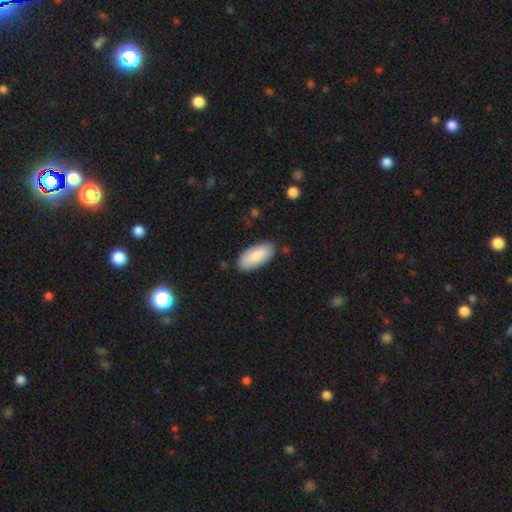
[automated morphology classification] smooth-or-featured: smooth: 82% | featured or disk: 13% | star or artifact: 5%
  how-rounded: in between: 89% | cigar-shaped: 10% | round: 2%
  merging: none: 85% | minor disturbance: 11% | major disturbance: 2% | merger: 2%